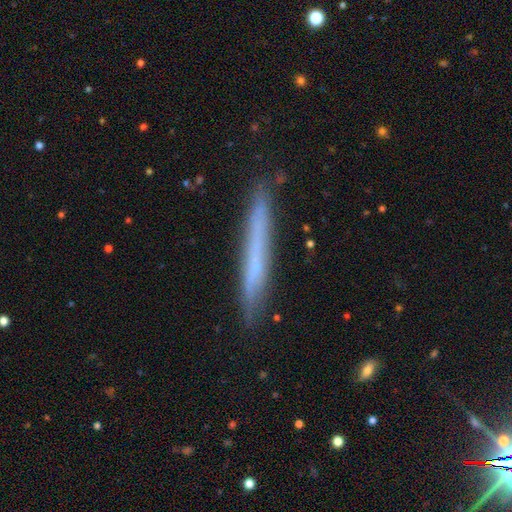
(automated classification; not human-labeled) Smooth or featured? Predicted: smooth (p=0.49). Merging? Predicted: none (p=0.87).